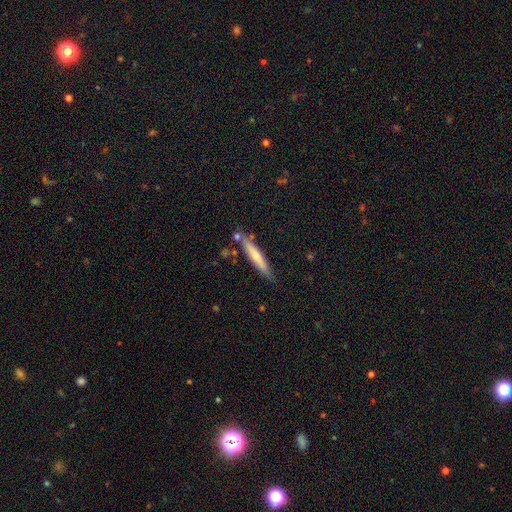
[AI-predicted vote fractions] Smooth or featured: smooth — 61% (featured or disk — 33%)
How rounded: cigar-shaped — 92% (in between — 6%)
Merging: none — 78% (minor disturbance — 14%)